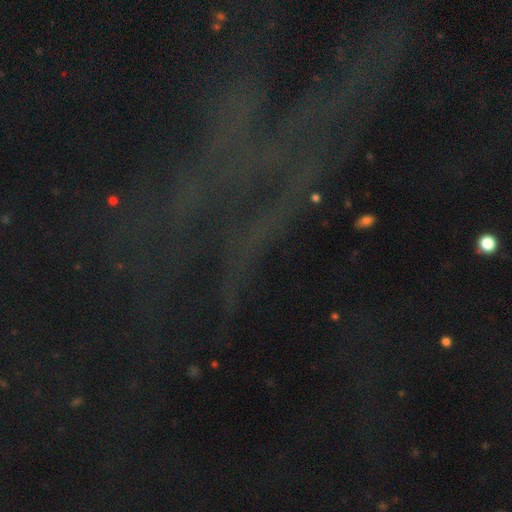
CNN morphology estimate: The model was most divided on "smooth or featured": star or artifact: 71%, featured or disk: 17%, smooth: 11%.